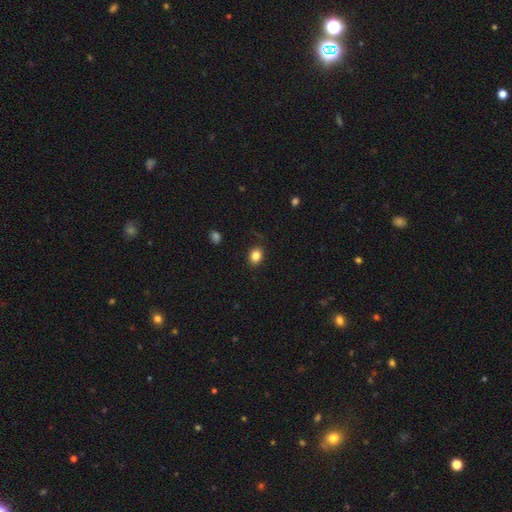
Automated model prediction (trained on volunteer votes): Smooth or featured? Predicted: smooth (p=0.84). How rounded? Predicted: round (p=0.50). Merging? Predicted: none (p=0.86).